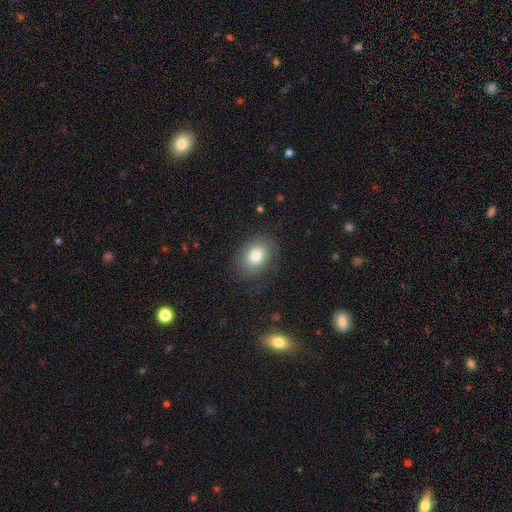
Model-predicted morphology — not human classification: A smooth galaxy with no disk features (77%) that is in between round and cigar-shaped (55%).

Vote fractions:
- Smooth or featured? smooth: 77% / featured or disk: 14% / star or artifact: 9%
- How rounded? in between: 55% / round: 44% / cigar-shaped: 1%
- Merging? none: 76% / minor disturbance: 16% / major disturbance: 7% / merger: 1%